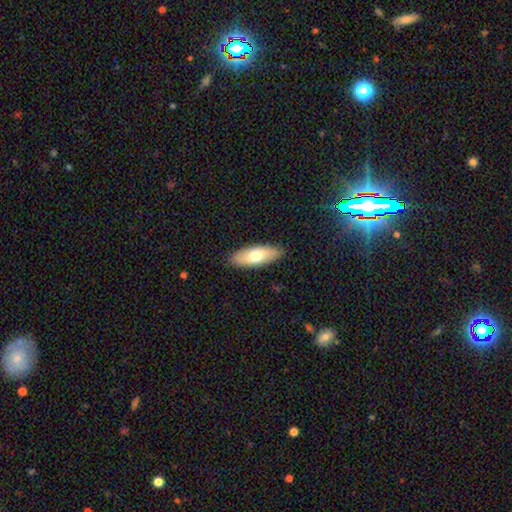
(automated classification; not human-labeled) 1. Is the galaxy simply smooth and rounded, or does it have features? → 67% smooth, 27% featured or disk, 5% star or artifact.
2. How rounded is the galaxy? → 71% in between, 27% cigar-shaped, 2% round.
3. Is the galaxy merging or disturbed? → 89% none, 9% minor disturbance, 2% major disturbance, 1% merger.